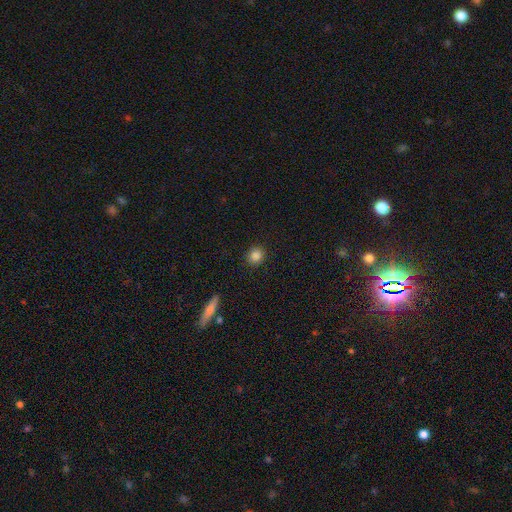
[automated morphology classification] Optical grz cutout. It shows a smooth galaxy with no disk features (86%) that is round (84%). Merging: none (89%).